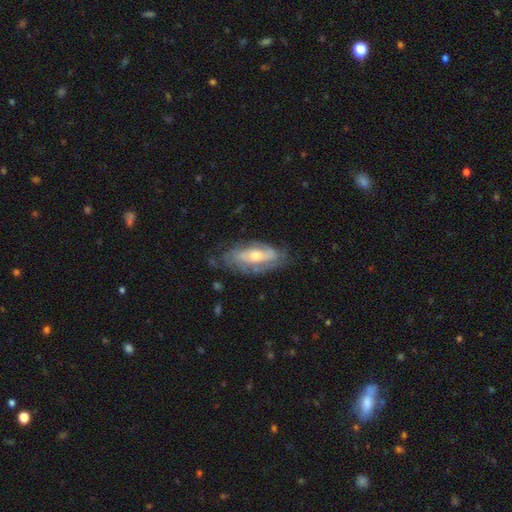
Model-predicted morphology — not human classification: smooth_or_featured: featured or disk (p=0.73) [alt: smooth p=0.21]
disk_edge_on: no (p=0.86) [alt: yes p=0.14]
bar: no (p=0.58) [alt: weak p=0.29]
has_spiral_arms: yes (p=0.81) [alt: no p=0.19]
spiral_winding: tight (p=0.53) [alt: medium p=0.33]
spiral_arm_count: can't tell (p=0.41) [tied with: 2 p=0.41]
bulge_size: moderate (p=0.56) [alt: small p=0.37]
merging: none (p=0.66) [alt: minor disturbance p=0.22]